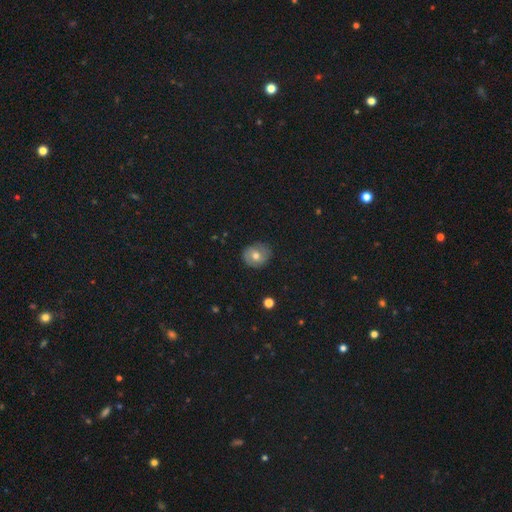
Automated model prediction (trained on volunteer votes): Q: Smooth or featured?
A: smooth (59%); runner-up: featured or disk (31%)
Q: How rounded?
A: round (76%); runner-up: in between (23%)
Q: Merging?
A: none (83%); runner-up: minor disturbance (13%)